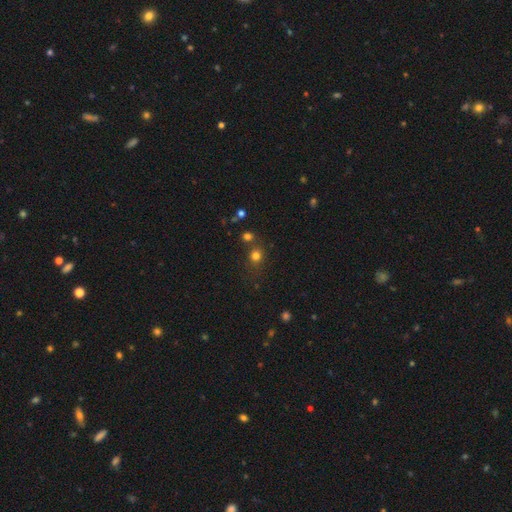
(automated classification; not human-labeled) A smooth galaxy with no disk features (75%) that is round (81%).

Vote fractions:
- Smooth or featured? smooth: 75% / star or artifact: 18% / featured or disk: 7%
- How rounded? round: 81% / in between: 17% / cigar-shaped: 1%
- Merging? none: 67% / merger: 17% / minor disturbance: 11% / major disturbance: 5%